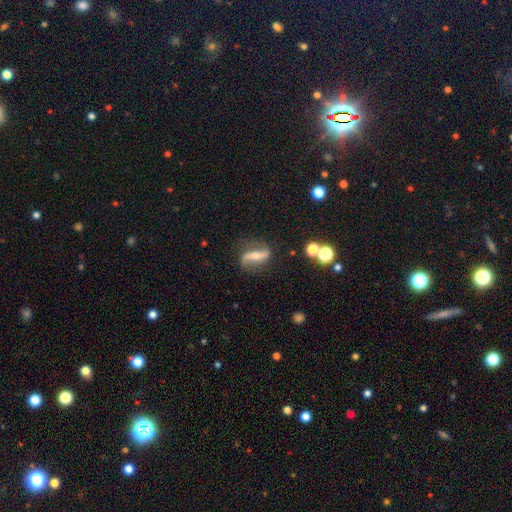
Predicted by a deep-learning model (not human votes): The model was most divided on "bulge size": small: 49%, moderate: 43%, none: 4%, large: 3%, dominant: 2%. More confident: spiral arm count — 2 (91%); spiral arms — yes (89%); edge-on disk — no (85%); merging — none (79%); smooth or featured — featured or disk (77%); spiral winding — loose (74%); bar — strong (59%).